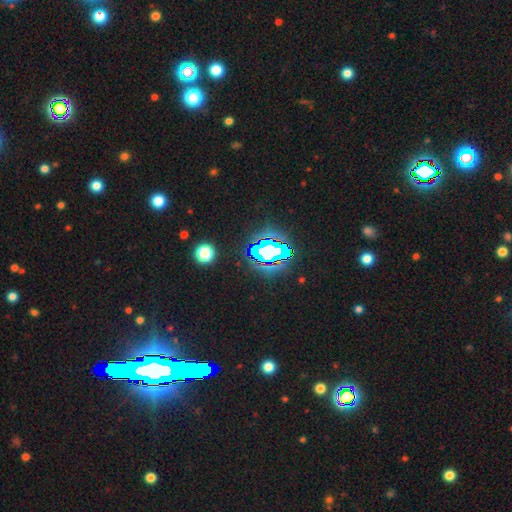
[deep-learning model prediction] This appears to be a star or artifact, not a galaxy (77%).